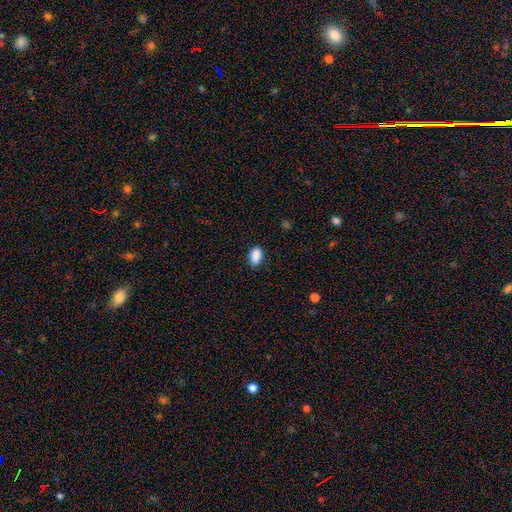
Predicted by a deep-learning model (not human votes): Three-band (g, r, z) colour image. It shows a smooth galaxy with no disk features (88%) that is in between round and cigar-shaped (90%). Merging: none (79%).